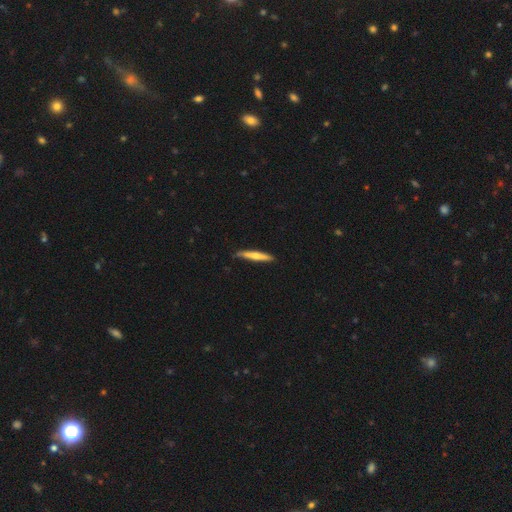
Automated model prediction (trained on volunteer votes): A smooth galaxy with no disk features (55%) that is cigar-shaped (94%). Merging: none (82%).